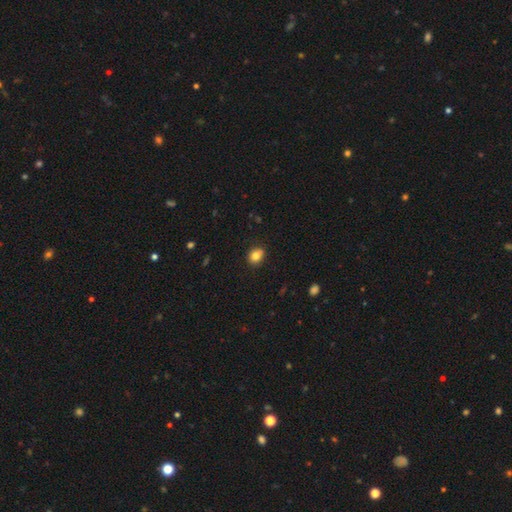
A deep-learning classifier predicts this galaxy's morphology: This appears to be a smooth galaxy with no disk features (83%) that is round (53%). Merging: none (83%).